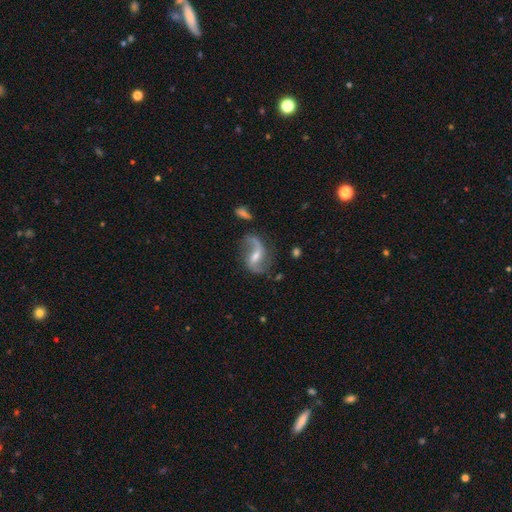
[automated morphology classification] type=featured or disk (88%); edge-on=no (97%); bar=weak (47%); spiral arms=yes (95%); winding=loose (77%); arm count=2 (89%); bulge=moderate (46%); merging=none (68%).